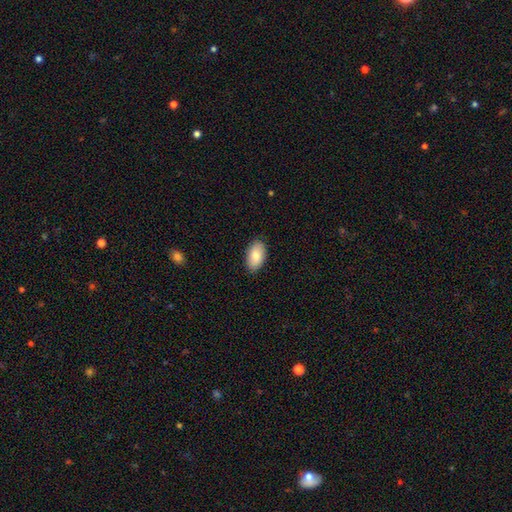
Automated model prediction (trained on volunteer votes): Morphology: type=smooth (83%); roundness=in between (95%); merging=none (88%).